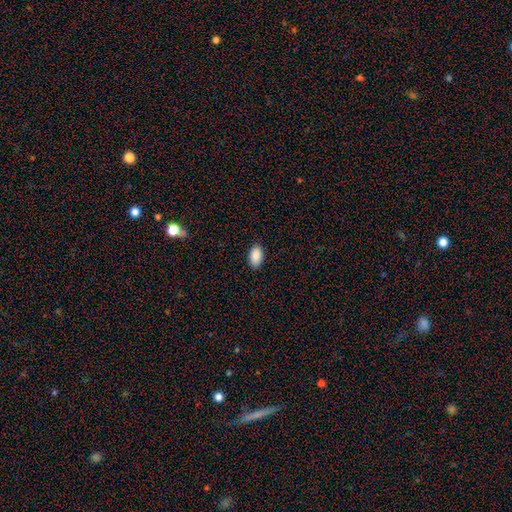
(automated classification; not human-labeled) Morphology: type=smooth (90%); roundness=in between (94%); merging=none (89%).